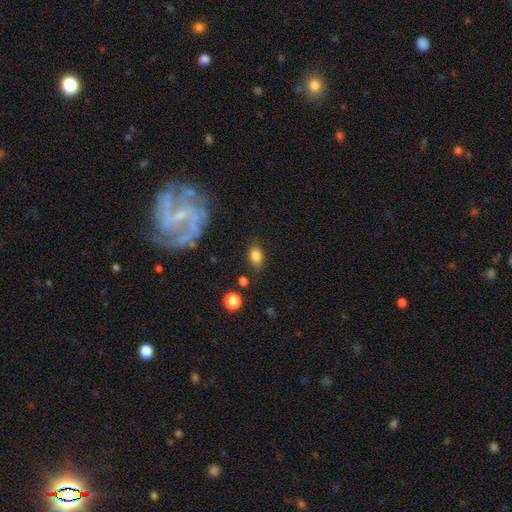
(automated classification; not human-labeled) Smooth or featured?
  - smooth: 82% *
  - star or artifact: 10%
  - featured or disk: 7%
How rounded?
  - in between: 77% *
  - round: 21%
  - cigar-shaped: 2%
Merging?
  - none: 77% *
  - minor disturbance: 15%
  - major disturbance: 5%
  - merger: 4%